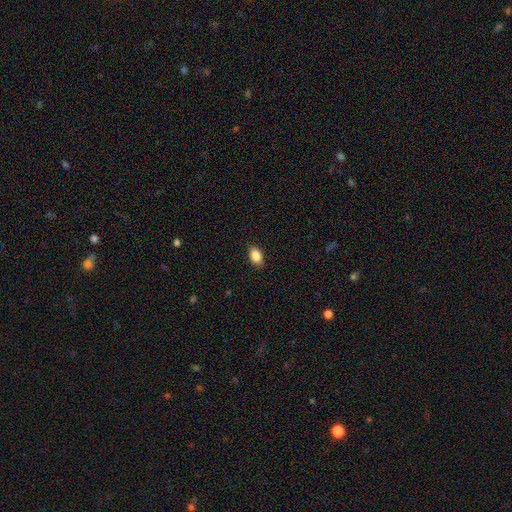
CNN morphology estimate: This appears to be a smooth galaxy with no disk features (87%) that is in between round and cigar-shaped (89%). Merging: none (88%).